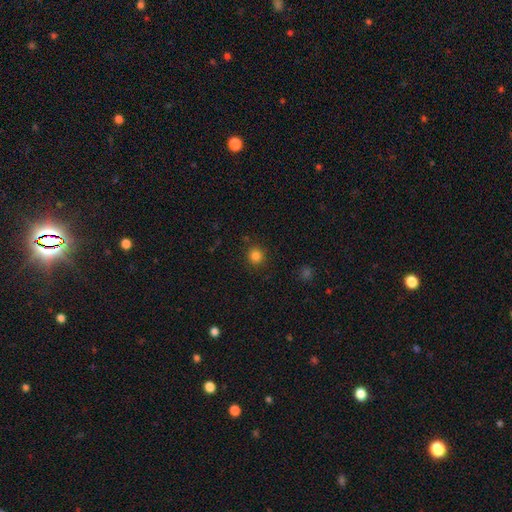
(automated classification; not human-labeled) This is clearly a smooth galaxy (84%). How rounded: clearly round (92%). Merging: clearly none (89%).